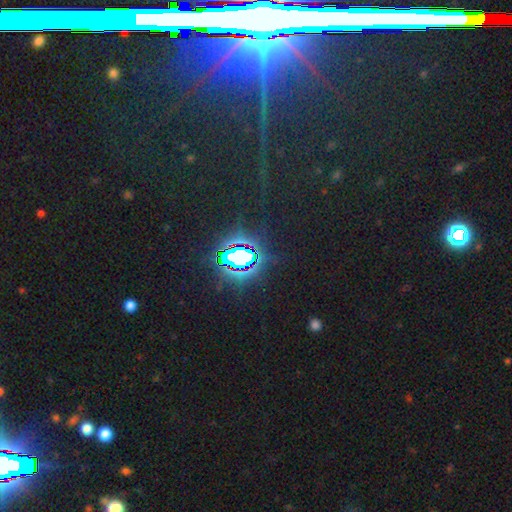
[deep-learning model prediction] smooth_or_featured: star or artifact (p=0.84) [alt: smooth p=0.08]